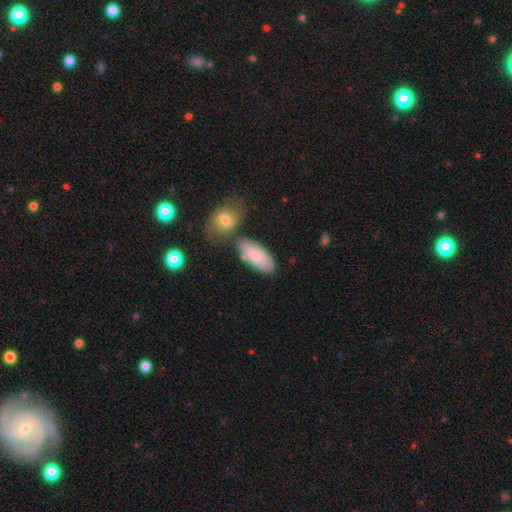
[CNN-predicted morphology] This appears to be a smooth galaxy with no disk features (82%) that is in between round and cigar-shaped (88%). Merging: none (63%).